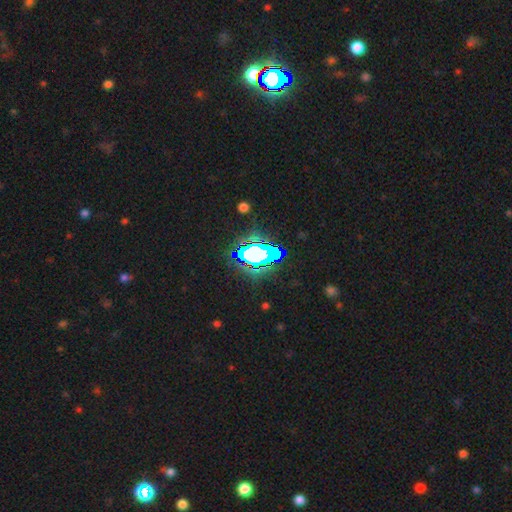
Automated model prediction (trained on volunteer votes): star or artifact 65%, smooth 20%, featured or disk 16%.